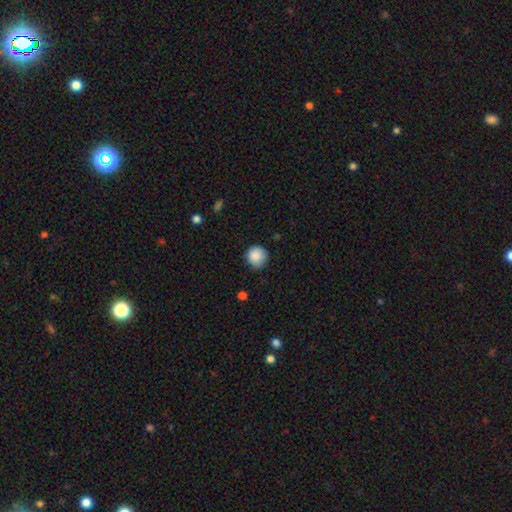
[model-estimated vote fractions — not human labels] Smooth or featured?
  - smooth: 88% *
  - star or artifact: 8%
  - featured or disk: 4%
How rounded?
  - round: 93% *
  - in between: 6%
  - cigar-shaped: 1%
Merging?
  - none: 81% *
  - minor disturbance: 15%
  - major disturbance: 3%
  - merger: 1%